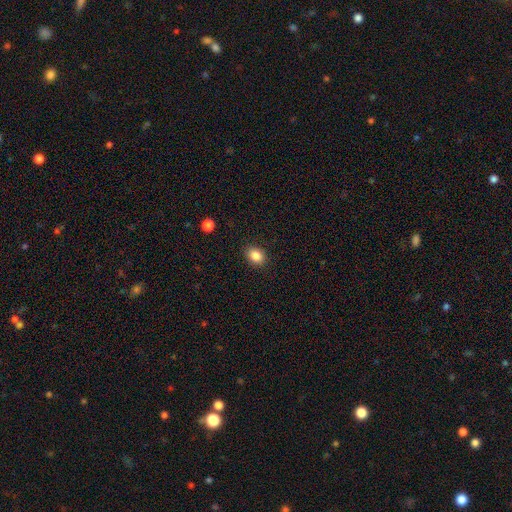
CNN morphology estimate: Overall: smooth (86%). How rounded: in between (61%; round 38%). Merging: none (88%).